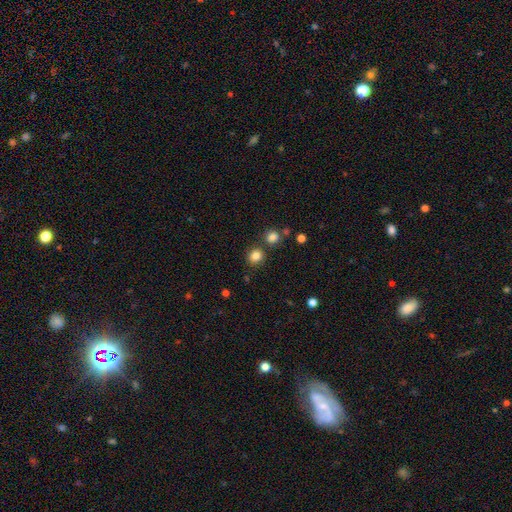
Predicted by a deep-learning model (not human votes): Smooth or featured: smooth — 82% (star or artifact — 12%)
How rounded: round — 83% (in between — 16%)
Merging: none — 79% (merger — 9%)